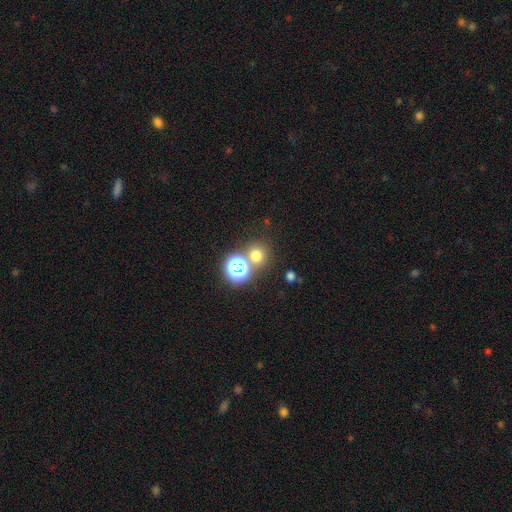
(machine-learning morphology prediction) A smooth galaxy with no disk features (65%) that is round (86%). Merging: none (66%).